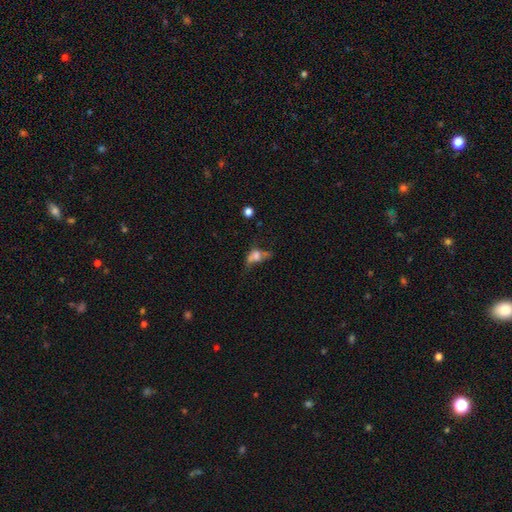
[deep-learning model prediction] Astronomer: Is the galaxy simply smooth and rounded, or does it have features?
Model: smooth — 50% (runner-up: featured or disk, 34%).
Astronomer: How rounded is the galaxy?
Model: in between — 73%.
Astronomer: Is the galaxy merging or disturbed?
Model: major disturbance — 35% (runner-up: none, 24%).